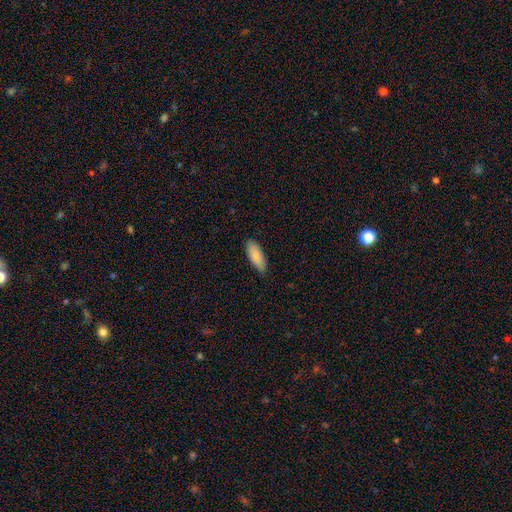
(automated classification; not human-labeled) This appears to be a smooth galaxy with no disk features (88%) that is in between round and cigar-shaped (70%). Merging: none (85%).